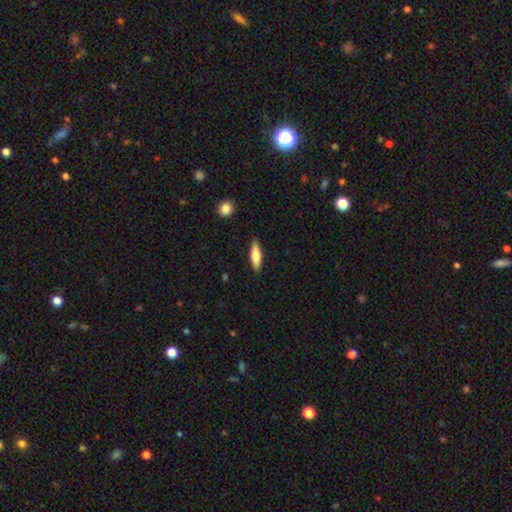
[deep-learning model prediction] Smooth or featured: smooth — 71% (featured or disk — 23%)
How rounded: cigar-shaped — 59% (in between — 39%)
Merging: none — 86% (minor disturbance — 11%)